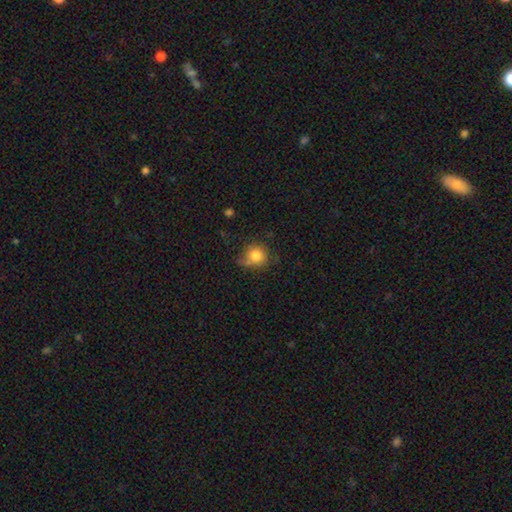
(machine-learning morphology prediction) smooth_or_featured: smooth (p=0.81) [alt: star or artifact p=0.11]
how_rounded: round (p=0.86) [alt: in between p=0.13]
merging: none (p=0.62) [alt: minor disturbance p=0.24]